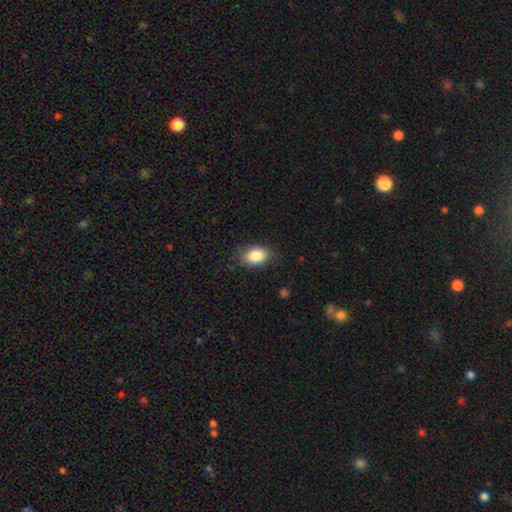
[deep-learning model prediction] A smooth galaxy with no disk features (86%) that is in between round and cigar-shaped (81%).

Vote fractions:
- Smooth or featured? smooth: 86% / star or artifact: 8% / featured or disk: 6%
- How rounded? in between: 81% / round: 17% / cigar-shaped: 1%
- Merging? none: 80% / minor disturbance: 16% / major disturbance: 4% / merger: 1%